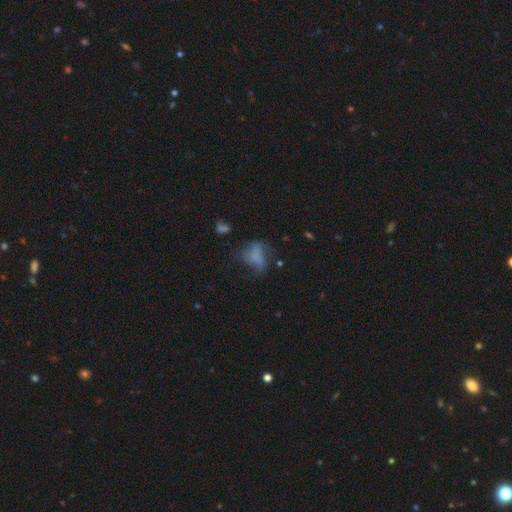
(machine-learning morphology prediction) Q: Smooth or featured?
A: smooth (56%); runner-up: featured or disk (29%)
Q: How rounded?
A: in between (69%); runner-up: round (28%)
Q: Merging?
A: major disturbance (36%); runner-up: none (34%)